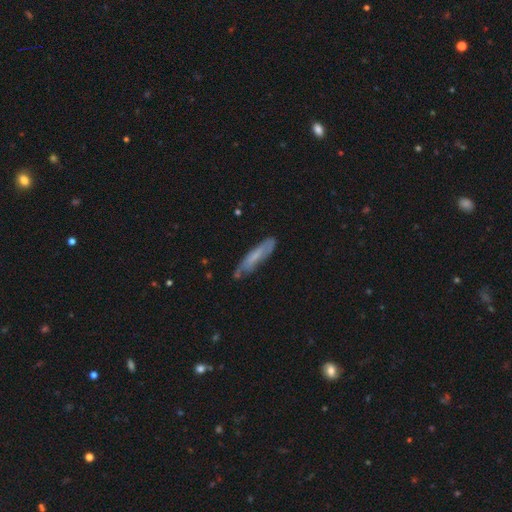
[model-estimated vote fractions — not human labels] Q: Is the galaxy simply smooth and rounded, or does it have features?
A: smooth — 52%.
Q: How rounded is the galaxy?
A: cigar-shaped — 83%.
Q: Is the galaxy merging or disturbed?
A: none — 68%.